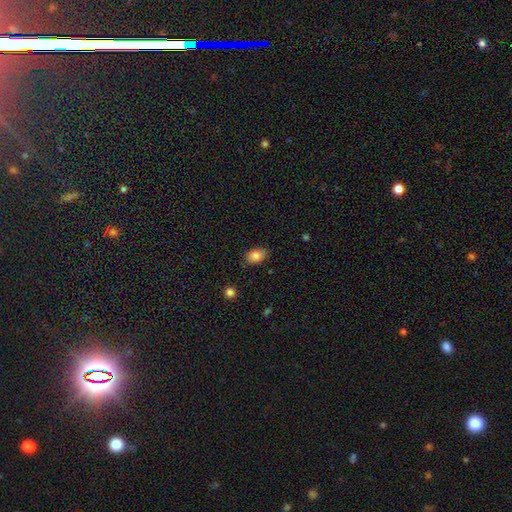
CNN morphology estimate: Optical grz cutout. It shows a smooth galaxy with no disk features (82%) that is in between round and cigar-shaped (84%). Merging: none (82%).